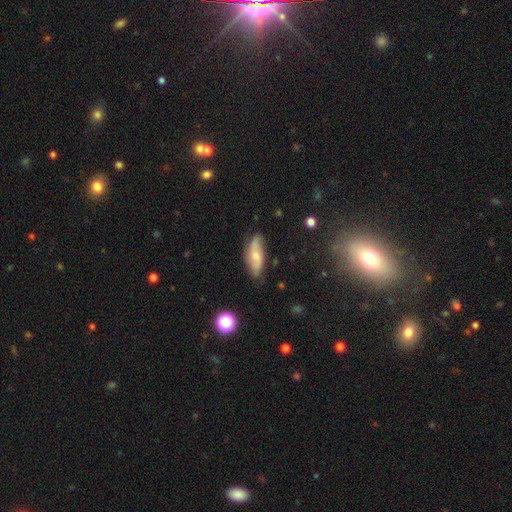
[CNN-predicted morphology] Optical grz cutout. It shows a smooth galaxy with no disk features (48%). Merging: none (70%).